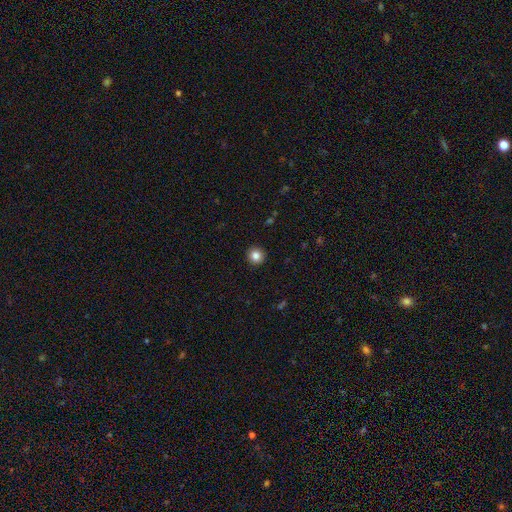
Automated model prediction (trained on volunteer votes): Smooth or featured? smooth (84%)
How rounded? round (95%)
Merging? none (93%)